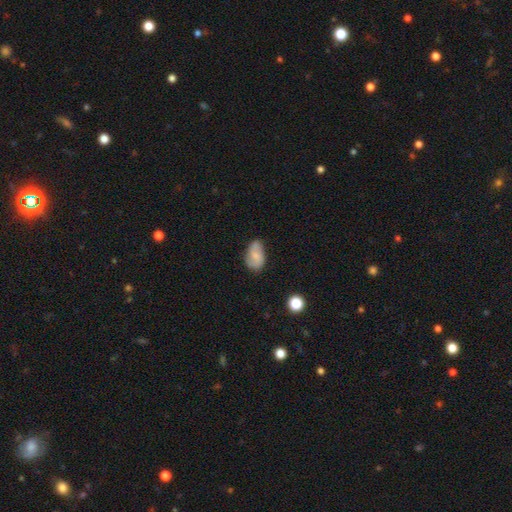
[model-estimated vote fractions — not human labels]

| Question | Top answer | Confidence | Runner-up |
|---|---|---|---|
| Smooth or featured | smooth | 64% | featured or disk (27%) |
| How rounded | in between | 89% | round (9%) |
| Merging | none | 57% | minor disturbance (32%) |